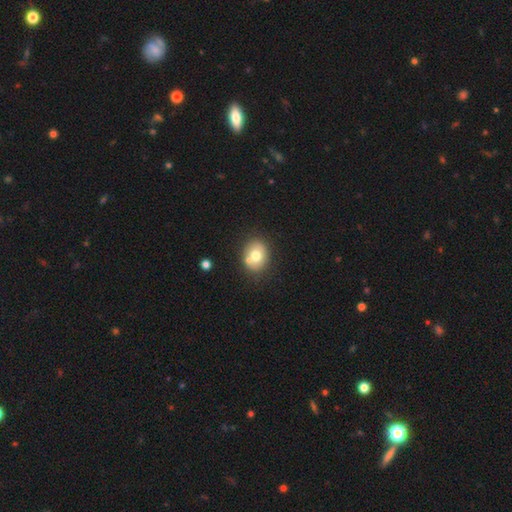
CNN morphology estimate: A smooth galaxy with no disk features (70%) that is round (55%). Merging: none (67%).